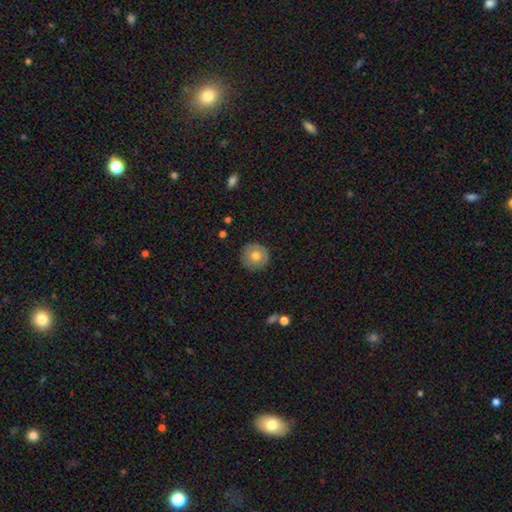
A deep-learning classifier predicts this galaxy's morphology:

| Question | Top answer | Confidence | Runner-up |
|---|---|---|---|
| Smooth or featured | smooth | 70% | featured or disk (22%) |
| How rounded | round | 95% | in between (4%) |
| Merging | none | 89% | minor disturbance (8%) |